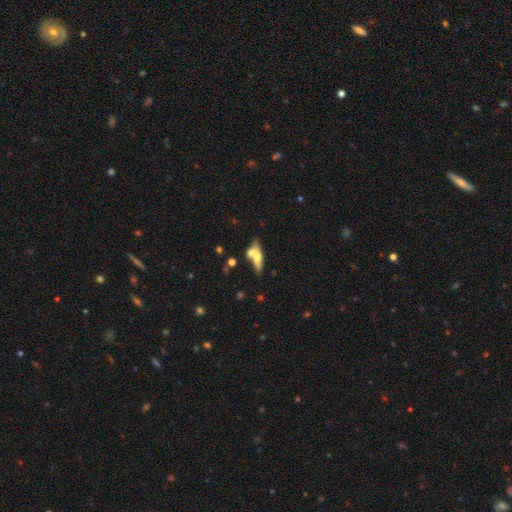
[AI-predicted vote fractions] This appears to be a smooth galaxy with no disk features (54%) that is cigar-shaped (54%). Merging: none (43%).